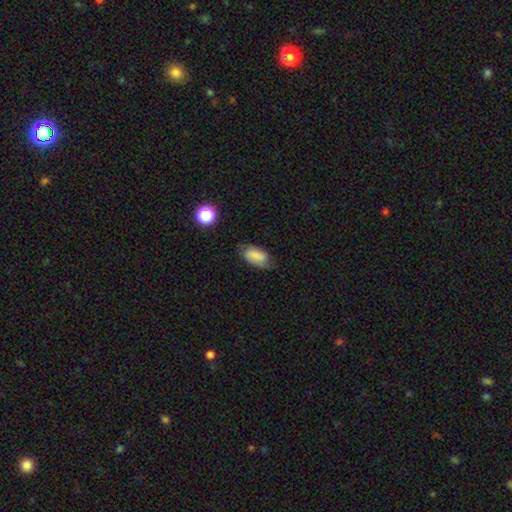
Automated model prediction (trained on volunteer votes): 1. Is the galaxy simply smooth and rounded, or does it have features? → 71% smooth, 20% featured or disk, 9% star or artifact.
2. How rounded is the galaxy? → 92% in between, 4% round, 4% cigar-shaped.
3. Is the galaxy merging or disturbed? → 65% none, 26% minor disturbance, 7% major disturbance, 2% merger.